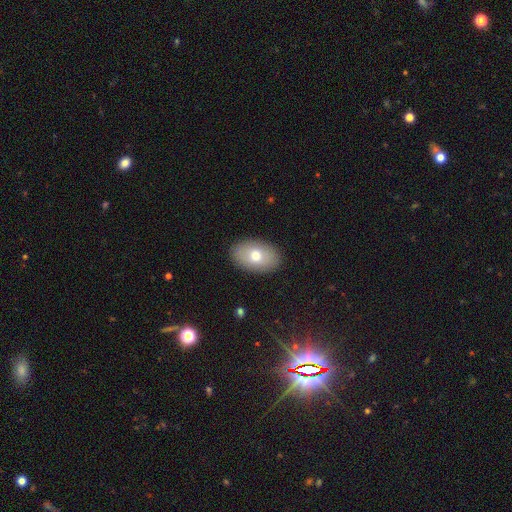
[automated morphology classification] Smooth or featured? smooth (71%)
How rounded? in between (90%)
Merging? none (89%)